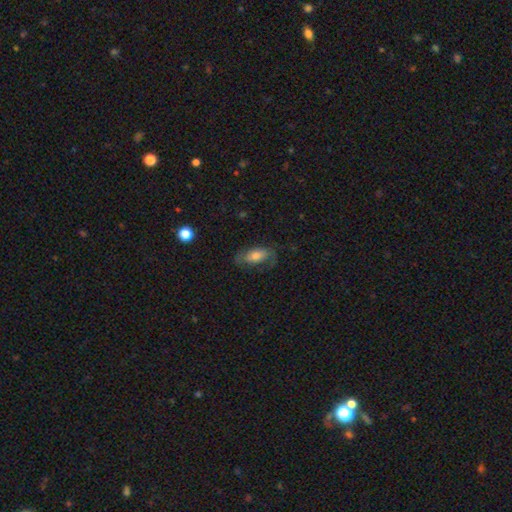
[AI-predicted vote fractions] Smooth or featured: smooth — 52% (featured or disk — 39%)
How rounded: in between — 86% (cigar-shaped — 8%)
Merging: none — 66% (minor disturbance — 20%)